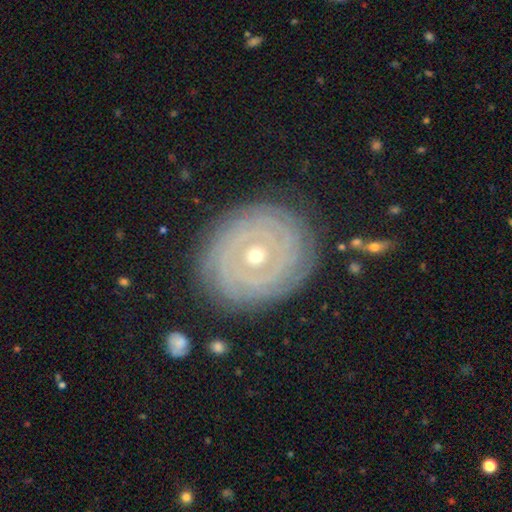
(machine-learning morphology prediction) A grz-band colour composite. It shows a featured or disk galaxy (86%) with no bar (77%), tight (90%) spiral arms (93%) and a small central bulge (56%). Merging: none (84%).